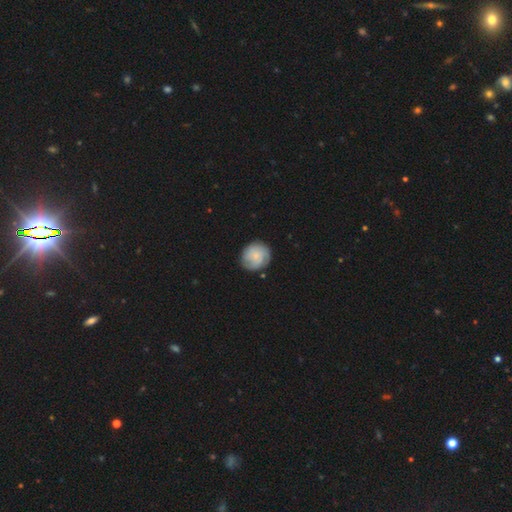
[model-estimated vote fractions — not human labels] A smooth galaxy with no disk features (57%) that is round (87%). Merging: none (78%).